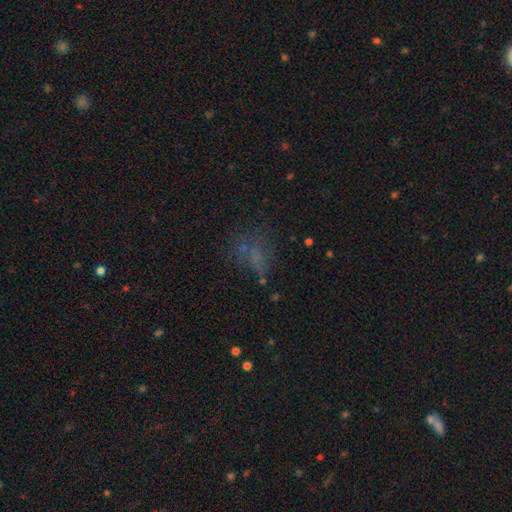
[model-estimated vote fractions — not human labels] A smooth galaxy with no disk features (51%) that is in between round and cigar-shaped (63%). Merging: none (50%).